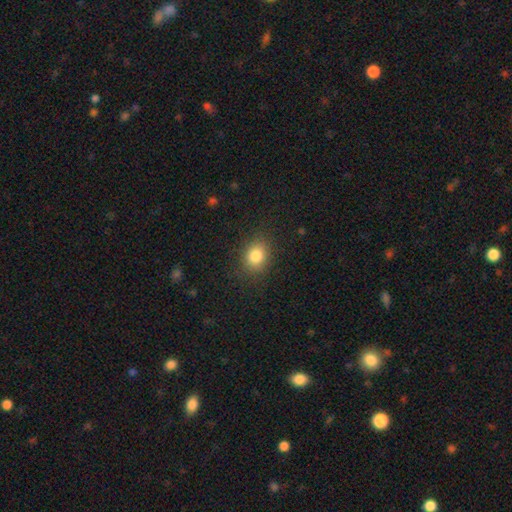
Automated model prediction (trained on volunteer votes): Smooth or featured? smooth (83%)
How rounded? round (51%)
Merging? none (84%)